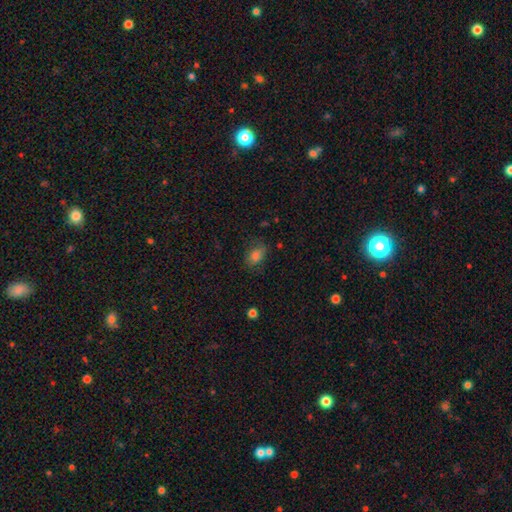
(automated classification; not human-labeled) Overall: smooth (78%). How rounded: in between (75%). Merging: none (68%).